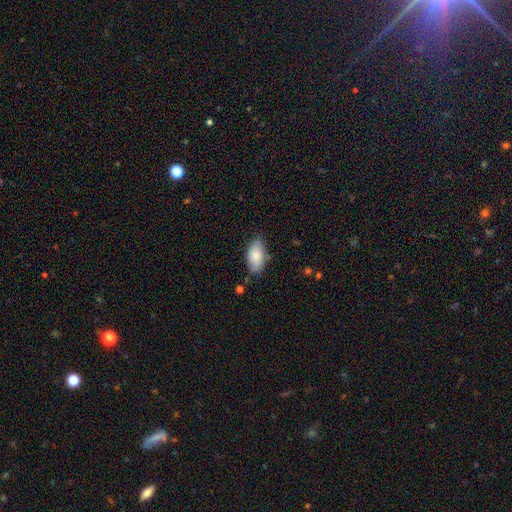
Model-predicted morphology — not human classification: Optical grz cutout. It shows a smooth galaxy with no disk features (81%) that is in between round and cigar-shaped (93%). Merging: none (70%).